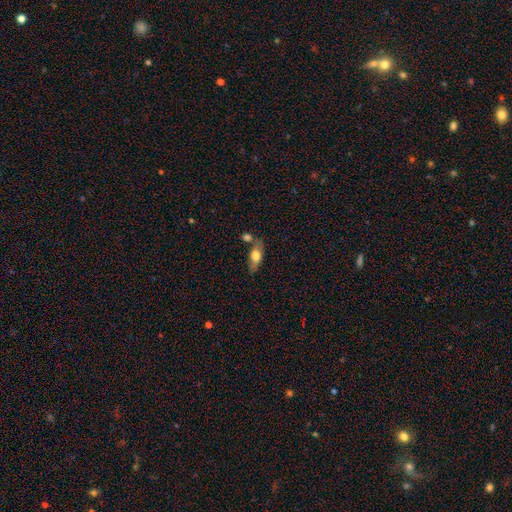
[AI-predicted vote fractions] Smooth or featured?
  - smooth: 64% *
  - featured or disk: 29%
  - star or artifact: 7%
How rounded?
  - in between: 74% *
  - cigar-shaped: 21%
  - round: 5%
Merging?
  - none: 59% *
  - merger: 19%
  - minor disturbance: 17%
  - major disturbance: 5%